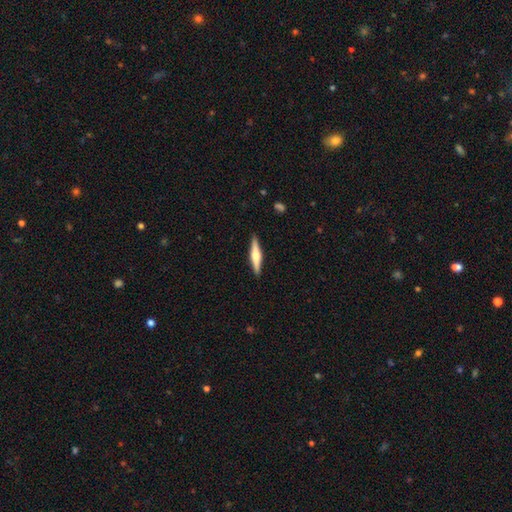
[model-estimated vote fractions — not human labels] Smooth or featured? featured or disk (62%)
Edge-on disk? yes (98%)
Edge-on bulge? rounded (85%)
Merging? none (91%)